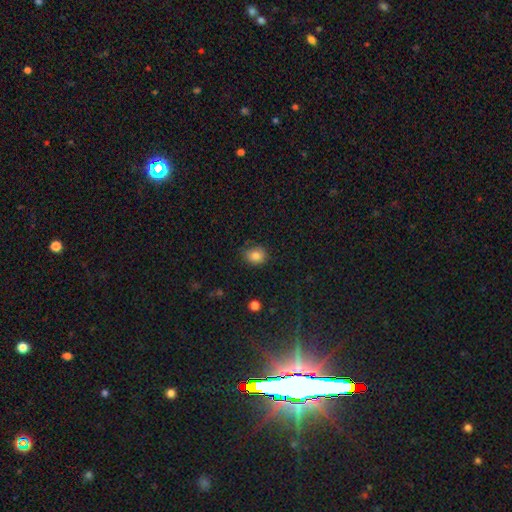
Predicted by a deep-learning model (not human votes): Q: Smooth or featured?
A: smooth (84%); runner-up: star or artifact (10%)
Q: How rounded?
A: round (67%); runner-up: in between (32%)
Q: Merging?
A: none (71%); runner-up: minor disturbance (22%)